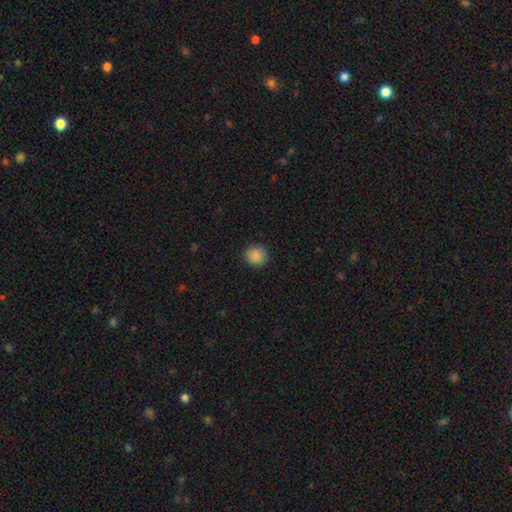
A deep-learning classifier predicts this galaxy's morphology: smooth_or_featured: smooth (p=0.88) [alt: star or artifact p=0.09]
how_rounded: round (p=0.87) [alt: in between p=0.12]
merging: none (p=0.90) [alt: minor disturbance p=0.07]